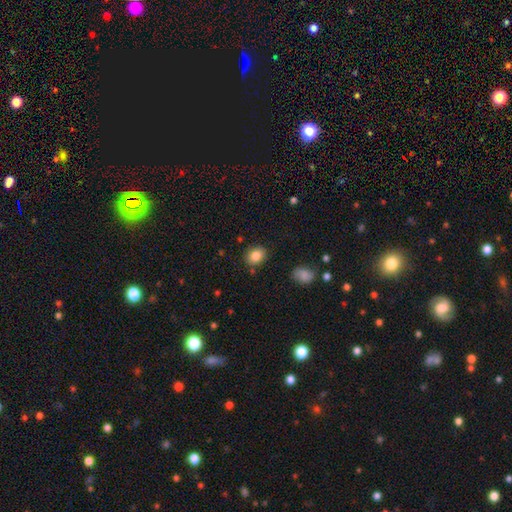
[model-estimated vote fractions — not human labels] smooth-or-featured: smooth: 84% | star or artifact: 9% | featured or disk: 7%
  how-rounded: in between: 57% | round: 42% | cigar-shaped: 1%
  merging: none: 83% | minor disturbance: 11% | merger: 3% | major disturbance: 3%